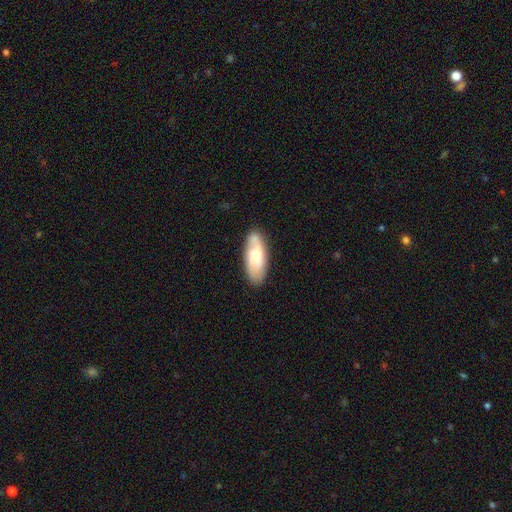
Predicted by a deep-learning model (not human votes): Smooth or featured? Predicted: smooth (p=0.58). How rounded? Predicted: in between (p=0.77). Merging? Predicted: none (p=0.79).